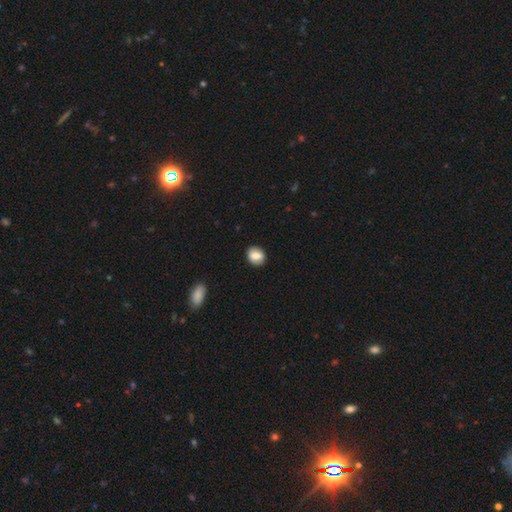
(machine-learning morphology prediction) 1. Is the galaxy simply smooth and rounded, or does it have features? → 77% smooth, 15% featured or disk, 8% star or artifact.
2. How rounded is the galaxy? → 55% round, 44% in between, 1% cigar-shaped.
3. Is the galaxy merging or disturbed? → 86% none, 10% minor disturbance, 2% major disturbance, 1% merger.